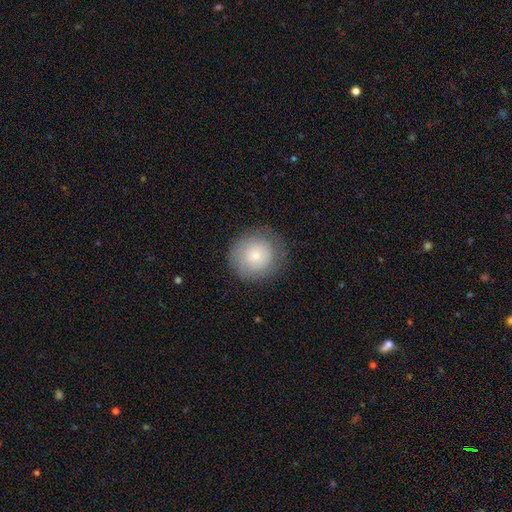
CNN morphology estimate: smooth 73%, featured or disk 19%, star or artifact 8%. Down the decision tree: how rounded — round (92%); merging — none (81%).